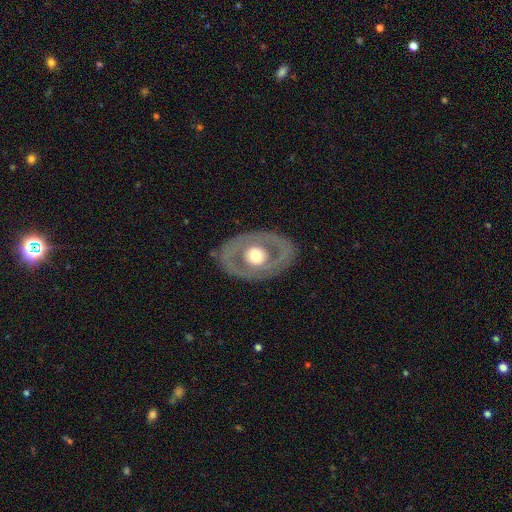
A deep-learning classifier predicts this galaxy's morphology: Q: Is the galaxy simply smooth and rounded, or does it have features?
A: featured or disk — 63%.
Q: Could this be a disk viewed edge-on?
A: no — 91%.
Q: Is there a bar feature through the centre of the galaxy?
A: no — 87%.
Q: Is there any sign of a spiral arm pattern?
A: no — 84%.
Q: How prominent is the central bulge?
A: moderate — 57%.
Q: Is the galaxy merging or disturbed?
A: none — 81%.